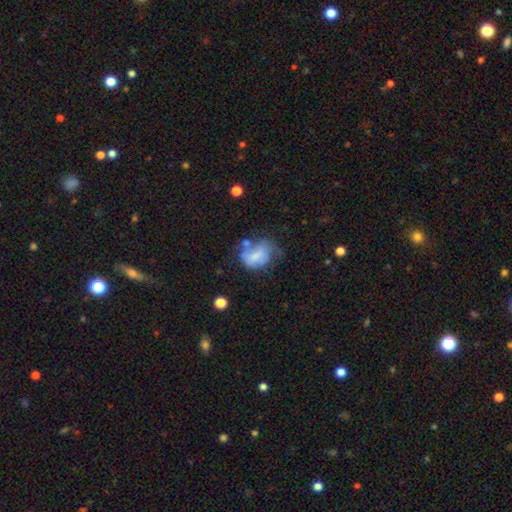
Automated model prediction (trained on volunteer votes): Q: Smooth or featured?
A: smooth (59%); runner-up: featured or disk (31%)
Q: How rounded?
A: in between (66%); runner-up: round (33%)
Q: Merging?
A: major disturbance (31%); runner-up: minor disturbance (30%)